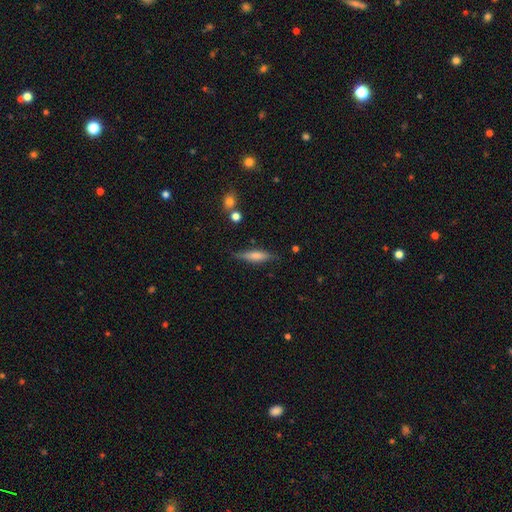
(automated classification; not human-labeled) Smooth or featured?
  - smooth: 59% *
  - featured or disk: 34%
  - star or artifact: 7%
How rounded?
  - cigar-shaped: 70% *
  - in between: 28%
  - round: 2%
Merging?
  - none: 74% *
  - minor disturbance: 19%
  - major disturbance: 4%
  - merger: 3%